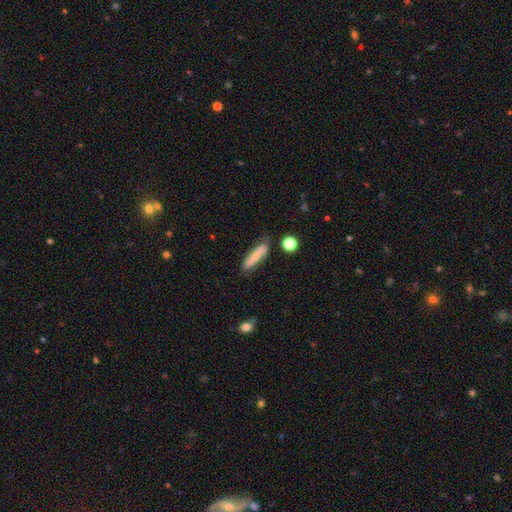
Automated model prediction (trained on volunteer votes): smooth 55%, featured or disk 38%, star or artifact 7%. Down the decision tree: how rounded — cigar-shaped (71%); merging — none (70%).